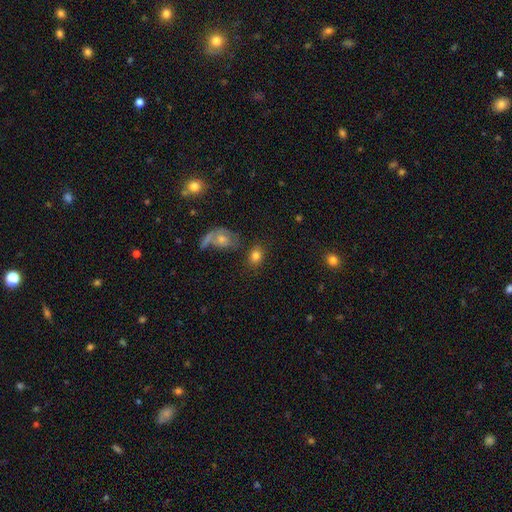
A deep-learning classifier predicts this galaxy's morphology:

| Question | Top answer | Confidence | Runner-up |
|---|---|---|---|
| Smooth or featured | smooth | 79% | featured or disk (11%) |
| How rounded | in between | 58% | round (41%) |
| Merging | none | 67% | minor disturbance (14%) |